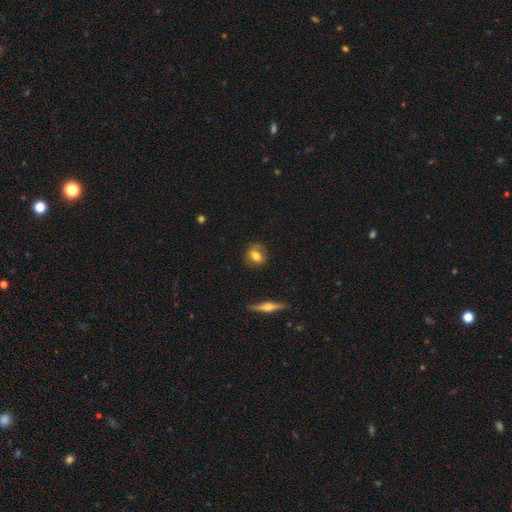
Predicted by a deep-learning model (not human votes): Q: Smooth or featured?
A: smooth (68%); runner-up: featured or disk (23%)
Q: How rounded?
A: round (48%); runner-up: in between (47%)
Q: Merging?
A: none (80%); runner-up: minor disturbance (15%)